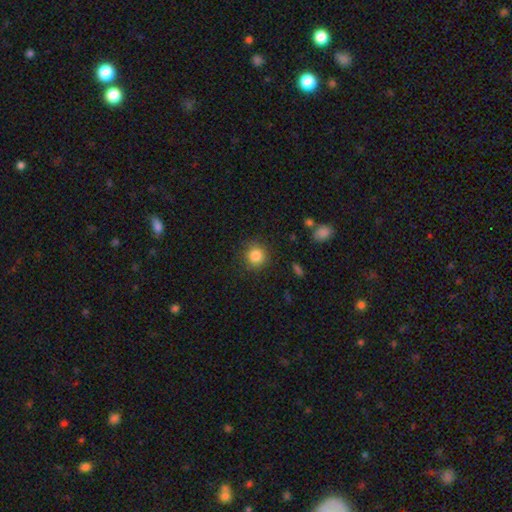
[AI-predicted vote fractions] Smooth or featured?
  - smooth: 85% *
  - star or artifact: 10%
  - featured or disk: 5%
How rounded?
  - round: 91% *
  - in between: 8%
  - cigar-shaped: 1%
Merging?
  - none: 86% *
  - minor disturbance: 10%
  - major disturbance: 3%
  - merger: 1%